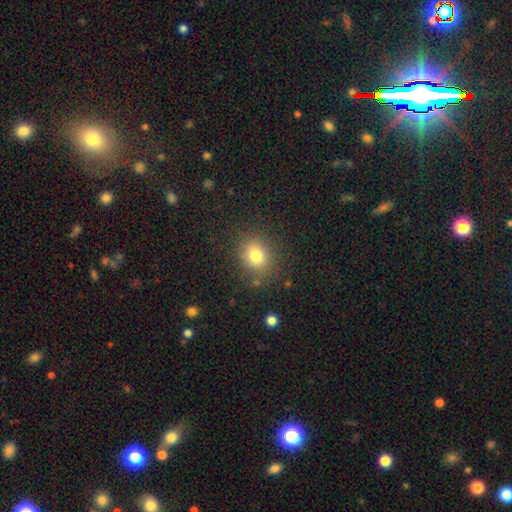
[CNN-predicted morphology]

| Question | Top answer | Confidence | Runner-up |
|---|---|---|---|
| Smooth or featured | smooth | 77% | star or artifact (13%) |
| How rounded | round | 63% | in between (36%) |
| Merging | none | 83% | minor disturbance (11%) |